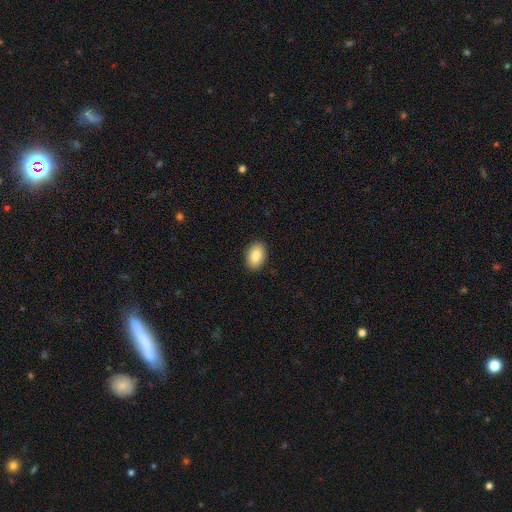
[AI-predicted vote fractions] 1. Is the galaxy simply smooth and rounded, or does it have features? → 86% smooth, 7% featured or disk, 7% star or artifact.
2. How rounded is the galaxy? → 89% in between, 10% round, 1% cigar-shaped.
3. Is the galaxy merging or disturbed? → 90% none, 7% minor disturbance, 2% major disturbance, 1% merger.